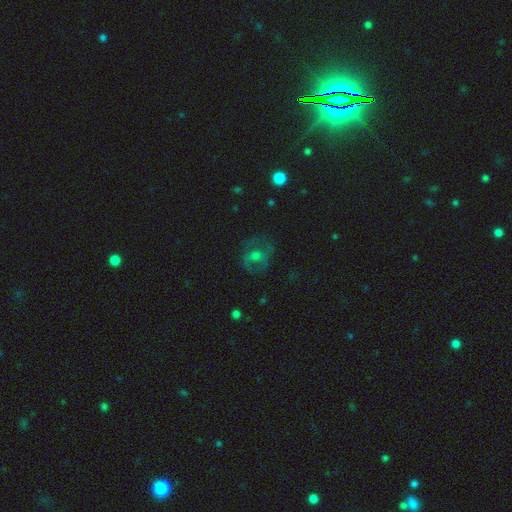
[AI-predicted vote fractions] smooth_or_featured: featured or disk (p=0.52) [alt: smooth p=0.34]
disk_edge_on: no (p=0.96) [alt: yes p=0.04]
bar: no (p=0.64) [alt: weak p=0.28]
has_spiral_arms: yes (p=0.53) [alt: no p=0.47]
bulge_size: moderate (p=0.50) [alt: small p=0.37]
merging: none (p=0.62) [alt: minor disturbance p=0.18]